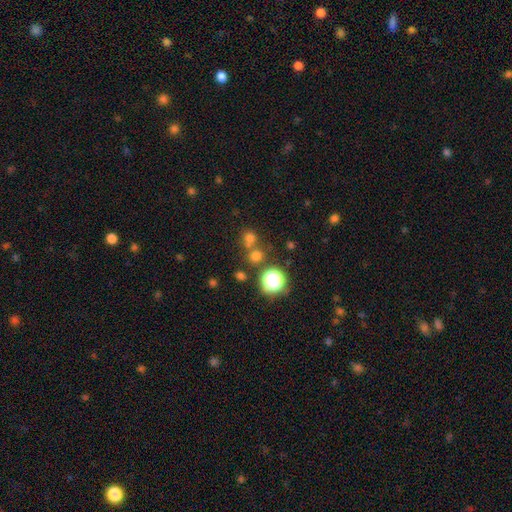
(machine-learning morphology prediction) Smooth or featured?
  - smooth: 64% *
  - star or artifact: 29%
  - featured or disk: 8%
How rounded?
  - round: 86% *
  - in between: 13%
  - cigar-shaped: 1%
Merging?
  - none: 63% *
  - merger: 27%
  - minor disturbance: 7%
  - major disturbance: 3%